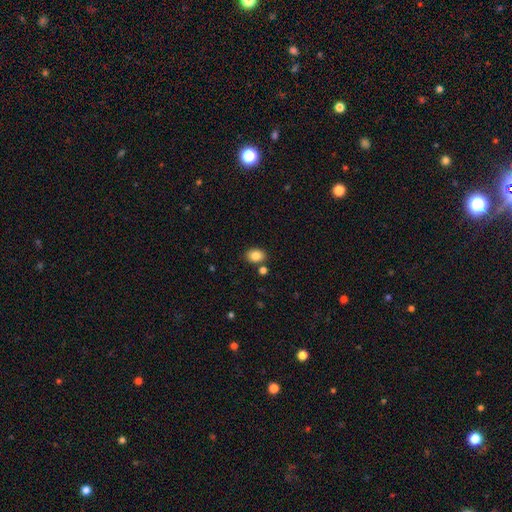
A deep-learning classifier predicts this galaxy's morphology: A smooth galaxy with no disk features (85%) that is in between round and cigar-shaped (68%).

Vote fractions:
- Smooth or featured? smooth: 85% / star or artifact: 9% / featured or disk: 6%
- How rounded? in between: 68% / round: 31% / cigar-shaped: 1%
- Merging? none: 80% / minor disturbance: 10% / merger: 7% / major disturbance: 3%